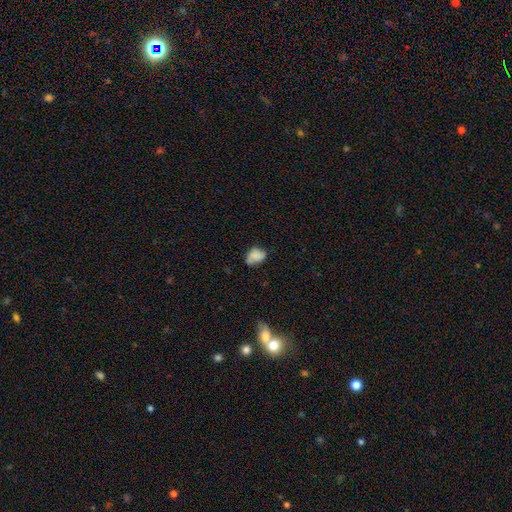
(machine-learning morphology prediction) A smooth galaxy with no disk features (72%) that is in between round and cigar-shaped (71%).

Vote fractions:
- Smooth or featured? smooth: 72% / featured or disk: 18% / star or artifact: 10%
- How rounded? in between: 71% / round: 27% / cigar-shaped: 1%
- Merging? none: 50% / minor disturbance: 35% / major disturbance: 12% / merger: 3%